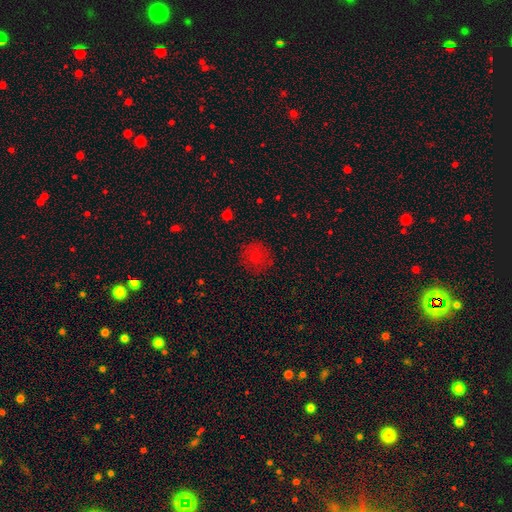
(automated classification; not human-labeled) smooth_or_featured: smooth (p=0.72) [alt: star or artifact p=0.17]
how_rounded: round (p=0.87) [alt: in between p=0.12]
merging: none (p=0.78) [alt: minor disturbance p=0.15]